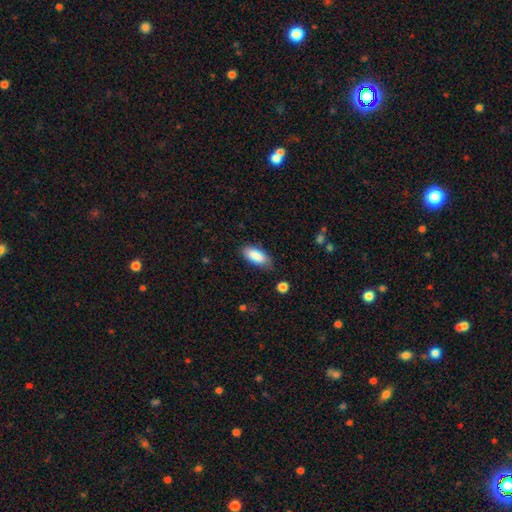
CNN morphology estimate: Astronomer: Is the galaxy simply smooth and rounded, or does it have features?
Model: smooth — 87%.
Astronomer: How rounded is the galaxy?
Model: in between — 87%.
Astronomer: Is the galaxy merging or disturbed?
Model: none — 76%.